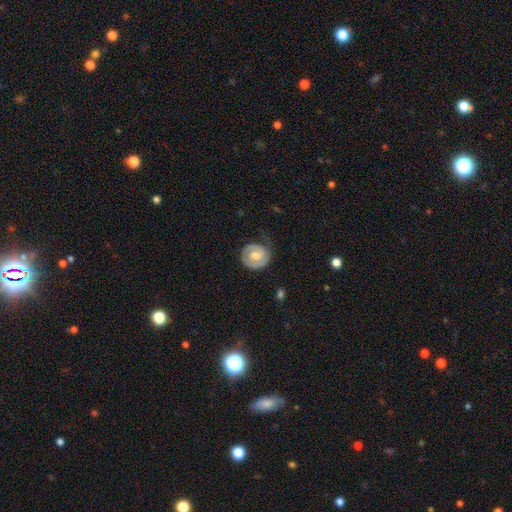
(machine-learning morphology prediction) Smooth or featured: featured or disk — 64% (smooth — 31%)
Edge-on disk: no — 97% (yes — 3%)
Bar: no — 45% (weak — 44%)
Spiral arms: yes — 80% (no — 20%)
Bulge size: moderate — 66% (small — 19%)
Merging: none — 65% (minor disturbance — 22%)